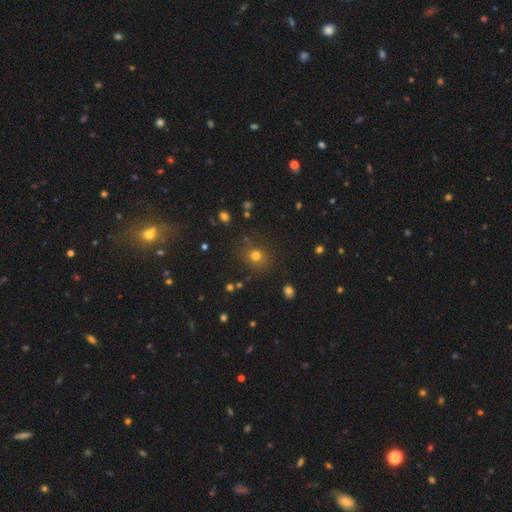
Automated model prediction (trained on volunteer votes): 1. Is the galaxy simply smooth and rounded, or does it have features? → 74% smooth, 19% star or artifact, 7% featured or disk.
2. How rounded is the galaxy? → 85% round, 14% in between, 1% cigar-shaped.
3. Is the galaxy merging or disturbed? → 83% none, 10% minor disturbance, 4% major disturbance, 3% merger.